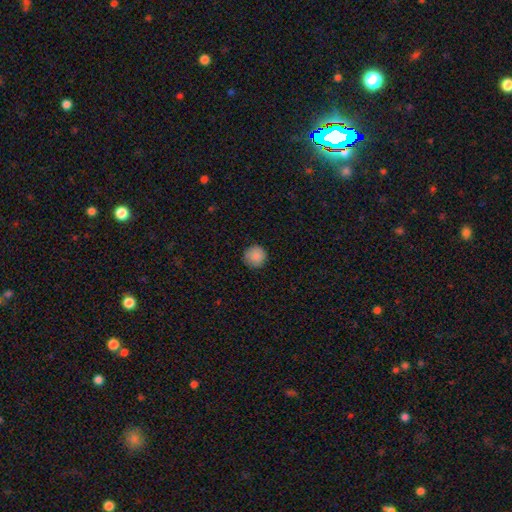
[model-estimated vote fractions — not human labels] This appears to be a smooth galaxy with no disk features (88%) that is round (95%). Merging: none (89%).